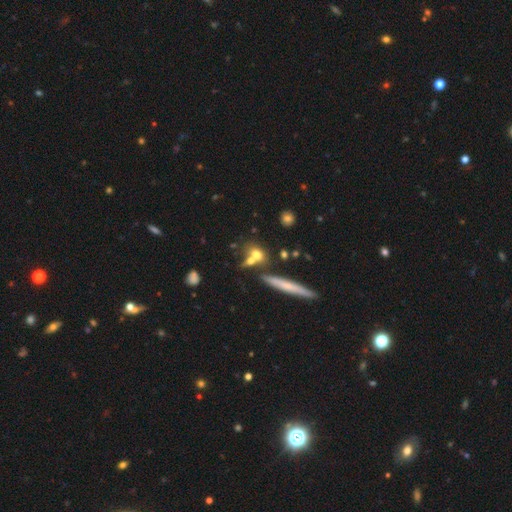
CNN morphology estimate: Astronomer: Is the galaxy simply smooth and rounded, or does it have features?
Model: smooth — 63%.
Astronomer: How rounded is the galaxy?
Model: in between — 42% (runner-up: round, 38%).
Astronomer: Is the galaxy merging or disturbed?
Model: none — 46% (runner-up: merger, 38%).